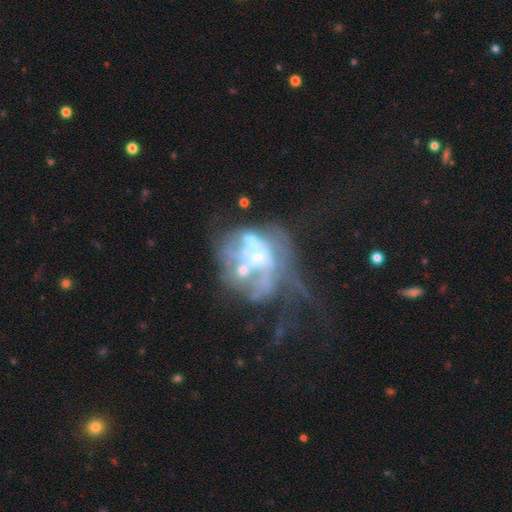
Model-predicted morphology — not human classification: Q: Smooth or featured?
A: featured or disk (71%); runner-up: smooth (16%)
Q: Edge-on disk?
A: no (98%); runner-up: yes (2%)
Q: Bar?
A: no (86%); runner-up: weak (10%)
Q: Spiral arms?
A: no (78%); runner-up: yes (22%)
Q: Bulge size?
A: small (38%); runner-up: moderate (28%)
Q: Merging?
A: major disturbance (40%); runner-up: merger (27%)